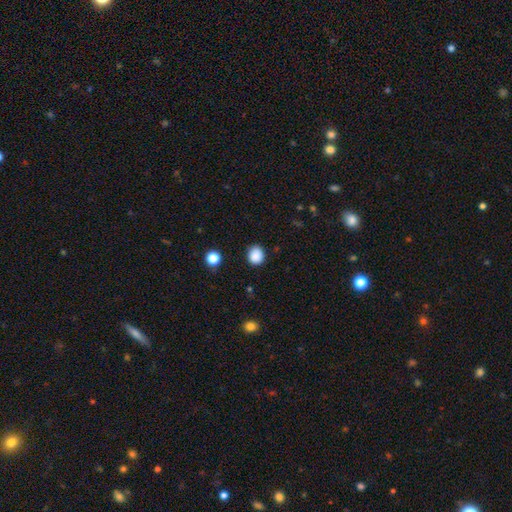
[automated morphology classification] Q: Smooth or featured?
A: smooth (88%); runner-up: star or artifact (10%)
Q: How rounded?
A: round (69%); runner-up: in between (30%)
Q: Merging?
A: none (86%); runner-up: minor disturbance (10%)